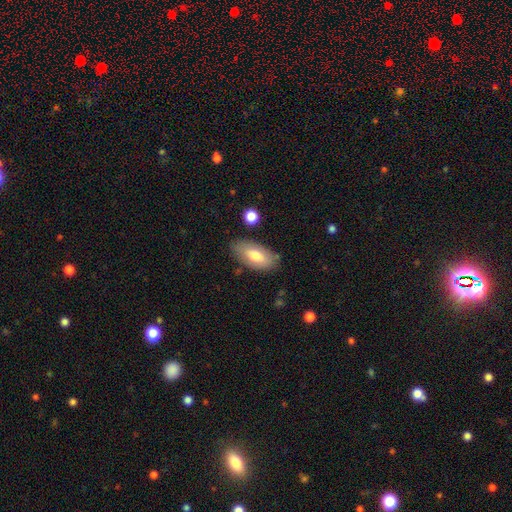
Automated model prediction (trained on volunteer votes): Q: Smooth or featured?
A: smooth (73%); runner-up: featured or disk (20%)
Q: How rounded?
A: in between (91%); runner-up: cigar-shaped (6%)
Q: Merging?
A: none (79%); runner-up: minor disturbance (15%)